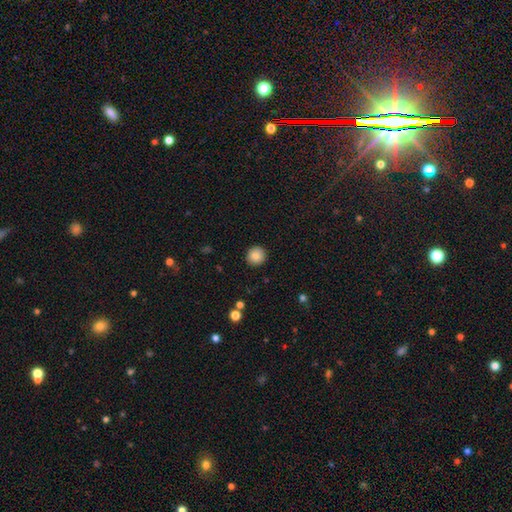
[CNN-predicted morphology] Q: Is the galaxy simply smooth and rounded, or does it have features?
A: smooth — 86%.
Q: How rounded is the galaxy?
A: round — 93%.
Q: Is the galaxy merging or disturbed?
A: none — 92%.